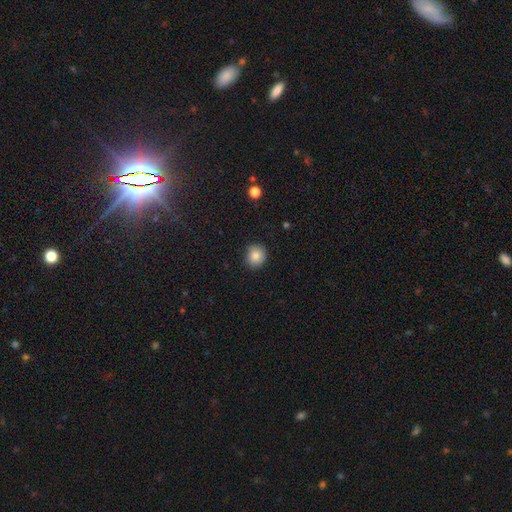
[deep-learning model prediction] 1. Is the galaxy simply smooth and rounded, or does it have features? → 84% smooth, 10% star or artifact, 6% featured or disk.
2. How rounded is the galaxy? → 85% round, 14% in between, 1% cigar-shaped.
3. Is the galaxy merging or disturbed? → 85% none, 12% minor disturbance, 2% major disturbance, 1% merger.